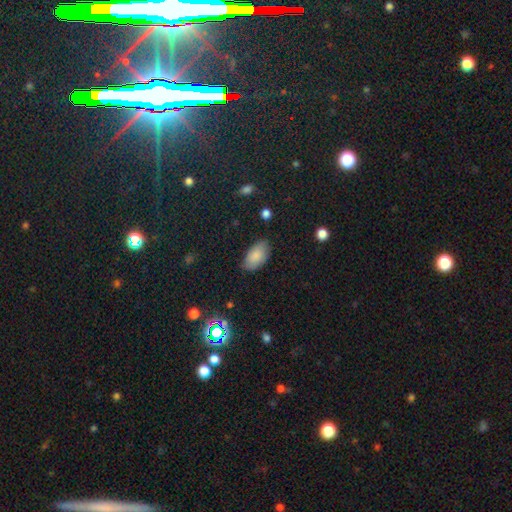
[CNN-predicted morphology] The model was most divided on "merging": none: 78%, minor disturbance: 17%, major disturbance: 4%, merger: 1%. More confident: how rounded — in between (95%); smooth or featured — smooth (84%).